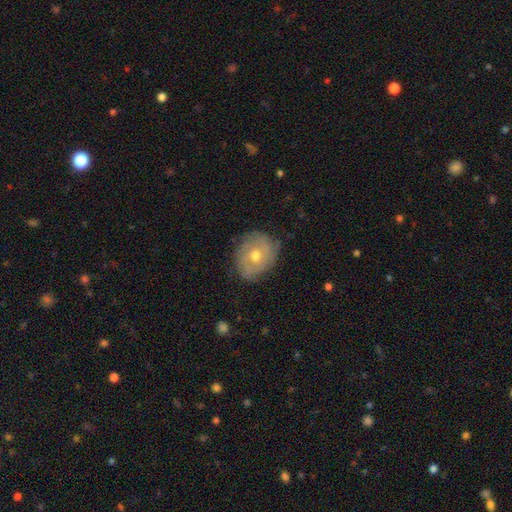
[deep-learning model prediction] Overall: featured or disk (52%; smooth 38%). Edge-on disk: no (95%). Merging: none (73%).